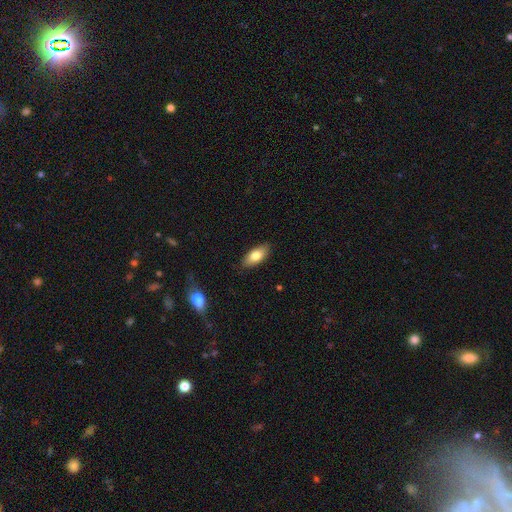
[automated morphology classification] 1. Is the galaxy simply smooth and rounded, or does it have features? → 78% smooth, 15% featured or disk, 7% star or artifact.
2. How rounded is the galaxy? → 87% in between, 10% cigar-shaped, 3% round.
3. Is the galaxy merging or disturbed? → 86% none, 11% minor disturbance, 2% major disturbance, 1% merger.